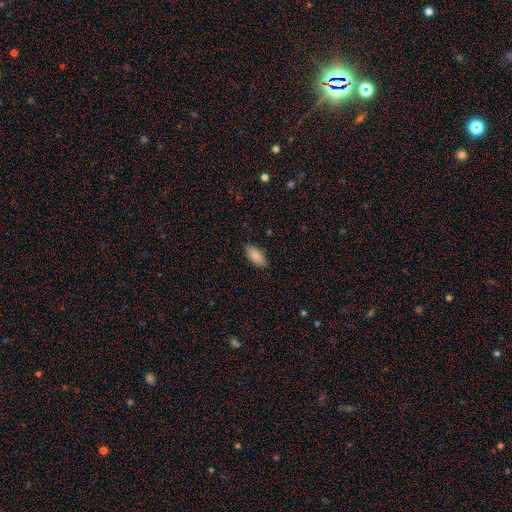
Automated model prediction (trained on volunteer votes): A smooth galaxy with no disk features (86%) that is in between round and cigar-shaped (89%).

Vote fractions:
- Smooth or featured? smooth: 86% / featured or disk: 7% / star or artifact: 7%
- How rounded? in between: 89% / cigar-shaped: 9% / round: 2%
- Merging? none: 84% / minor disturbance: 13% / major disturbance: 2% / merger: 1%